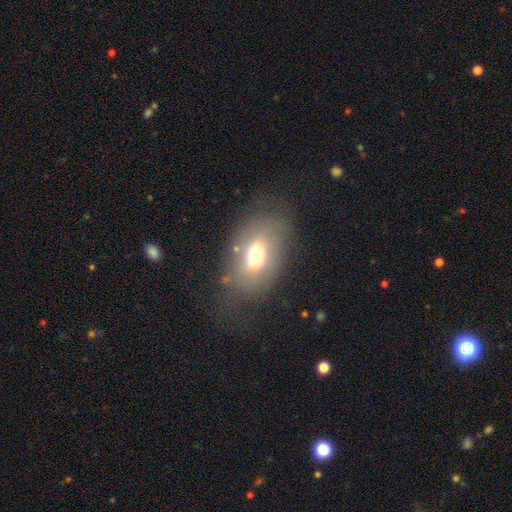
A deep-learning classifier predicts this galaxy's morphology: smooth 61%, featured or disk 26%, star or artifact 13%. Down the decision tree: how rounded — in between (81%); merging — none (65%).